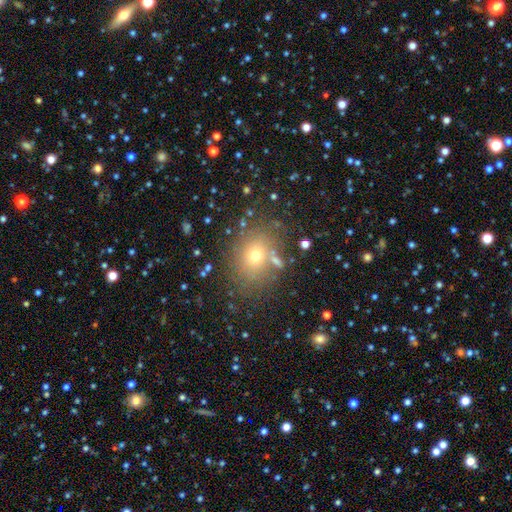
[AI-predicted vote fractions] A smooth galaxy with no disk features (66%) that is round (53%). Merging: none (75%).